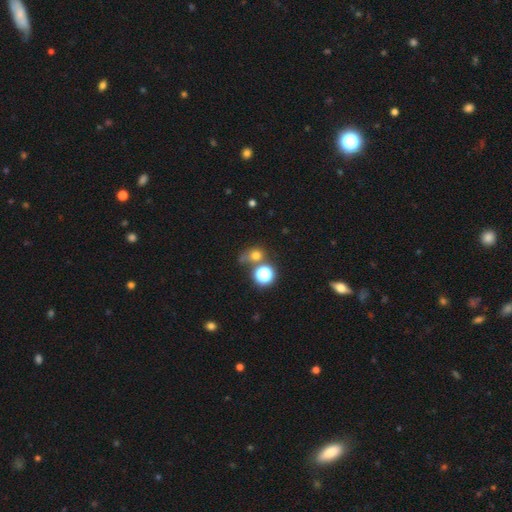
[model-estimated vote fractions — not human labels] Smooth or featured?
  - smooth: 67% *
  - star or artifact: 23%
  - featured or disk: 10%
How rounded?
  - round: 72% *
  - in between: 26%
  - cigar-shaped: 2%
Merging?
  - none: 51% *
  - merger: 21%
  - minor disturbance: 17%
  - major disturbance: 11%